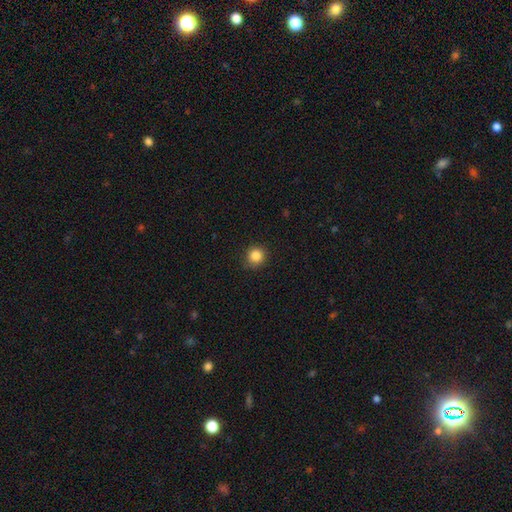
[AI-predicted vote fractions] Morphology: type=smooth (85%); roundness=round (92%); merging=none (86%).